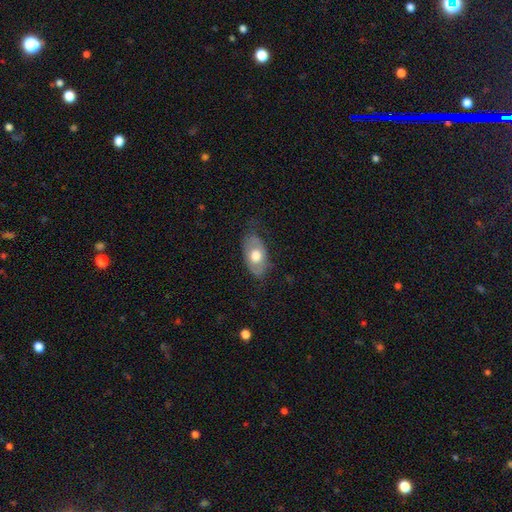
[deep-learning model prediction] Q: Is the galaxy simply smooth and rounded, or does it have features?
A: smooth — 60%.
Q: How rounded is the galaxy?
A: in between — 91%.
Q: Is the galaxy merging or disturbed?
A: none — 66%.